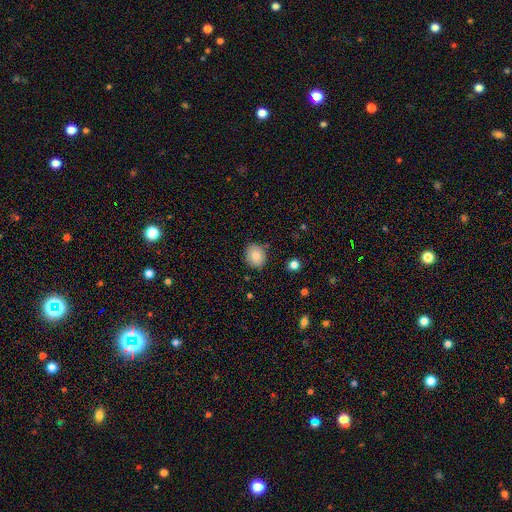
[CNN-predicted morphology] smooth-or-featured: smooth: 84% | star or artifact: 9% | featured or disk: 8%
  how-rounded: round: 65% | in between: 34% | cigar-shaped: 1%
  merging: none: 84% | minor disturbance: 11% | major disturbance: 2% | merger: 2%